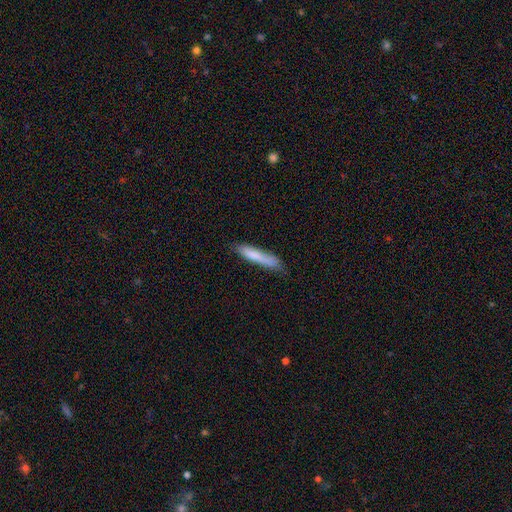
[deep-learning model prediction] Smooth or featured? smooth (80%)
How rounded? cigar-shaped (89%)
Merging? none (72%)